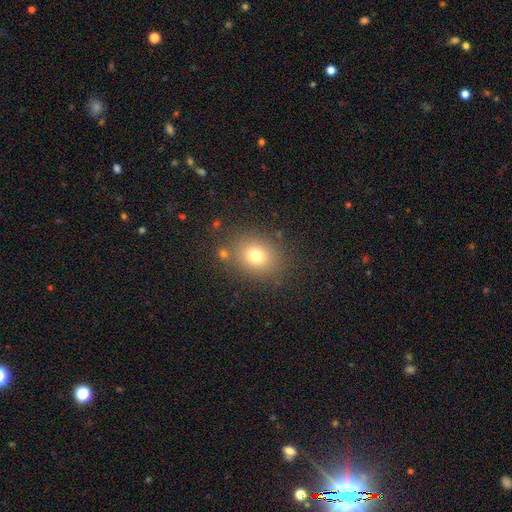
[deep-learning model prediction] A smooth galaxy with no disk features (74%) that is round (62%).

Vote fractions:
- Smooth or featured? smooth: 74% / star or artifact: 15% / featured or disk: 11%
- How rounded? round: 62% / in between: 37% / cigar-shaped: 1%
- Merging? none: 81% / minor disturbance: 10% / merger: 4% / major disturbance: 4%